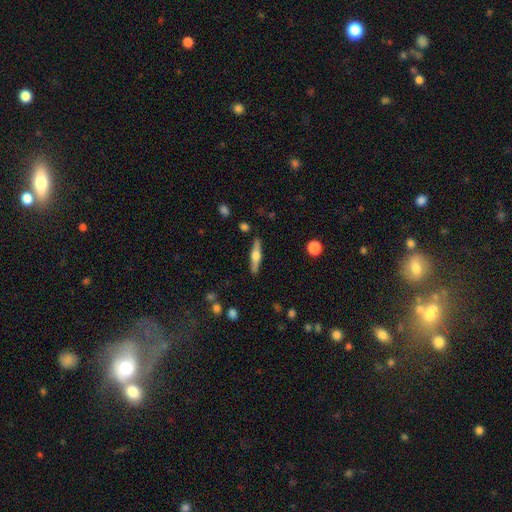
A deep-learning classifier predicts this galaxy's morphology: smooth_or_featured: featured or disk (p=0.62) [alt: smooth p=0.32]
disk_edge_on: yes (p=0.97) [alt: no p=0.03]
edge_on_bulge: rounded (p=0.92) [alt: boxy p=0.06]
merging: none (p=0.89) [alt: minor disturbance p=0.08]